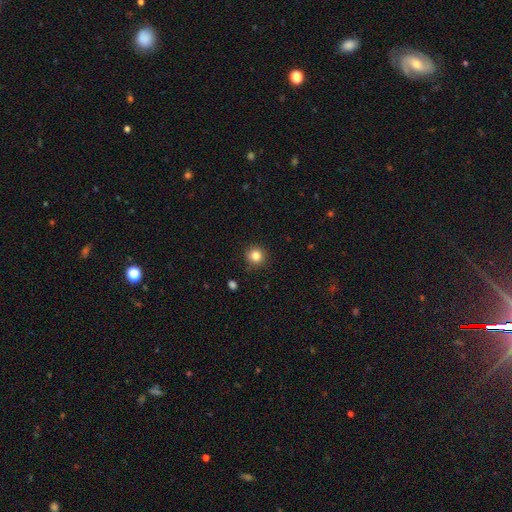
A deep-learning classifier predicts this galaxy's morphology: Smooth or featured? Predicted: smooth (p=0.84). How rounded? Predicted: round (p=0.92). Merging? Predicted: none (p=0.89).